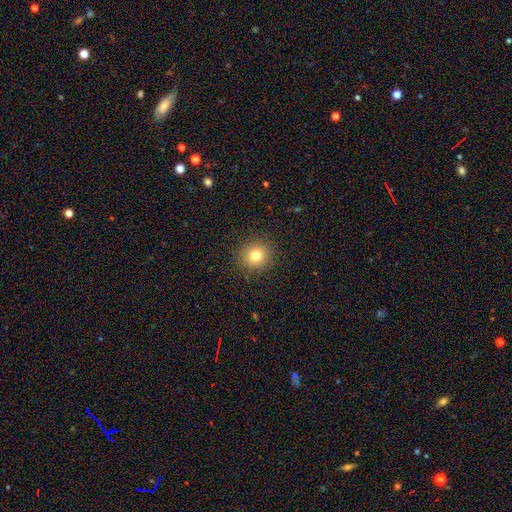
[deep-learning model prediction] Smooth or featured: smooth — 78% (star or artifact — 14%)
How rounded: round — 90% (in between — 9%)
Merging: none — 90% (minor disturbance — 7%)